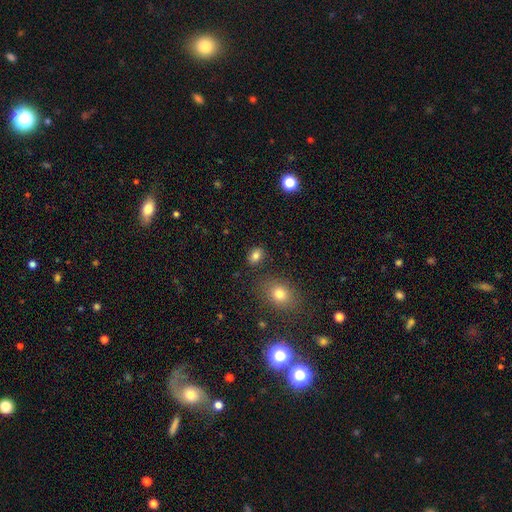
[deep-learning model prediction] smooth-or-featured: smooth: 82% | star or artifact: 11% | featured or disk: 7%
  how-rounded: in between: 73% | round: 25% | cigar-shaped: 1%
  merging: none: 83% | minor disturbance: 10% | merger: 3% | major disturbance: 3%